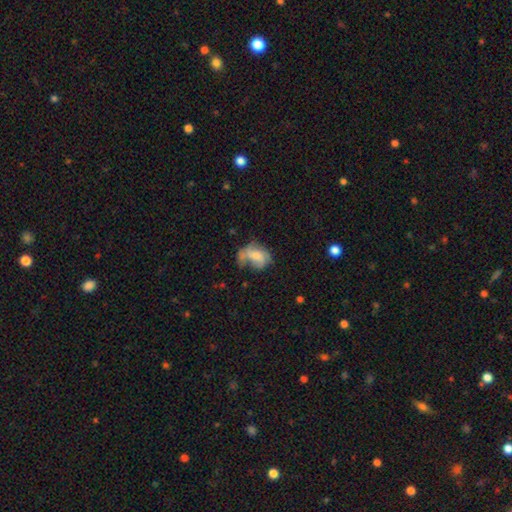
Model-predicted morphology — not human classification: Smooth or featured? Predicted: smooth (p=0.50). How rounded? Predicted: in between (p=0.68). Merging? Predicted: none (p=0.32).